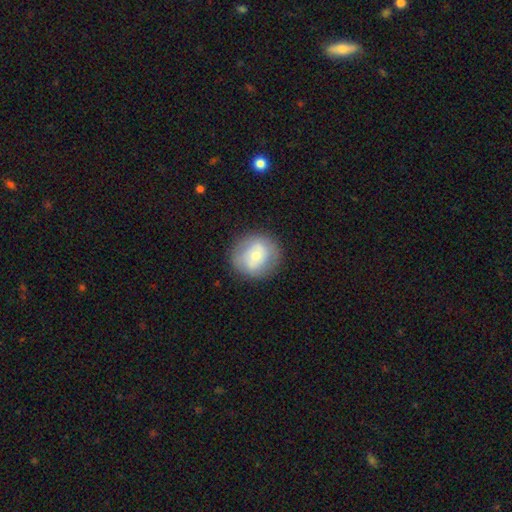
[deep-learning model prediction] smooth-or-featured: smooth: 56% | featured or disk: 36% | star or artifact: 7%
  how-rounded: round: 87% | in between: 12% | cigar-shaped: 1%
  merging: none: 82% | minor disturbance: 12% | major disturbance: 5% | merger: 1%